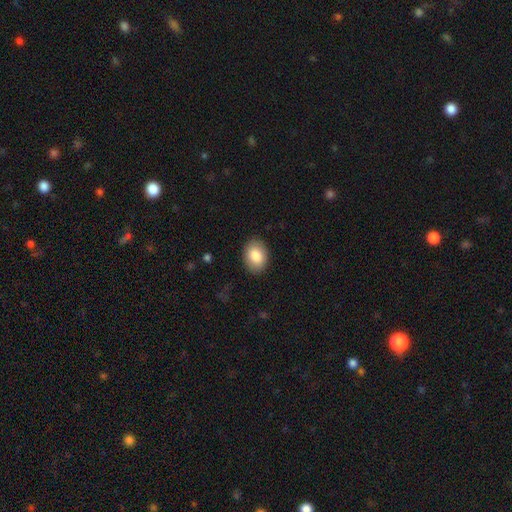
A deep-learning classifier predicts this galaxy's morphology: smooth-or-featured: smooth: 85% | featured or disk: 8% | star or artifact: 7%
  how-rounded: in between: 72% | round: 27% | cigar-shaped: 1%
  merging: none: 89% | minor disturbance: 8% | major disturbance: 2% | merger: 1%